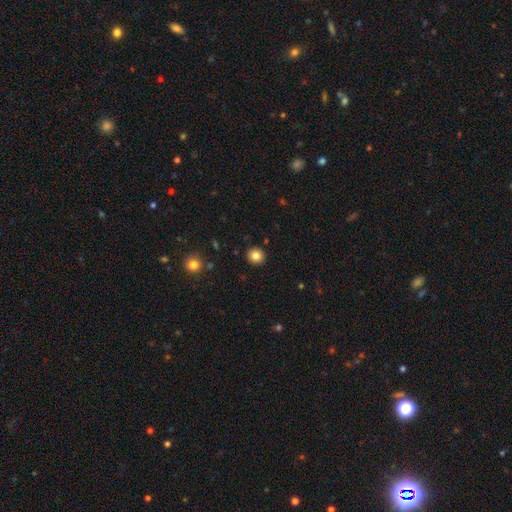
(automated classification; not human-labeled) Smooth or featured: smooth — 84% (star or artifact — 11%)
How rounded: round — 89% (in between — 10%)
Merging: none — 92% (minor disturbance — 5%)